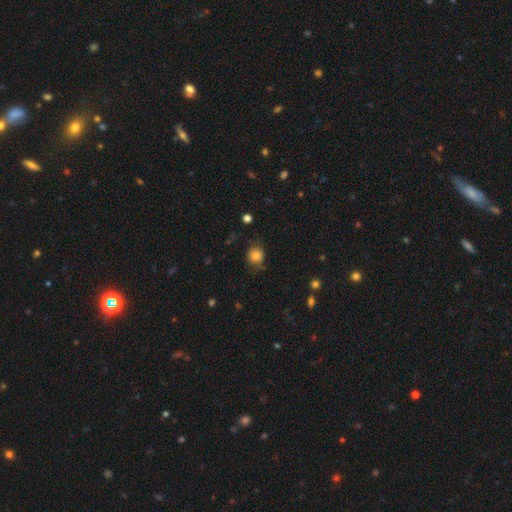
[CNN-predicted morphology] Overall: smooth (81%). How rounded: round (83%). Merging: none (75%).